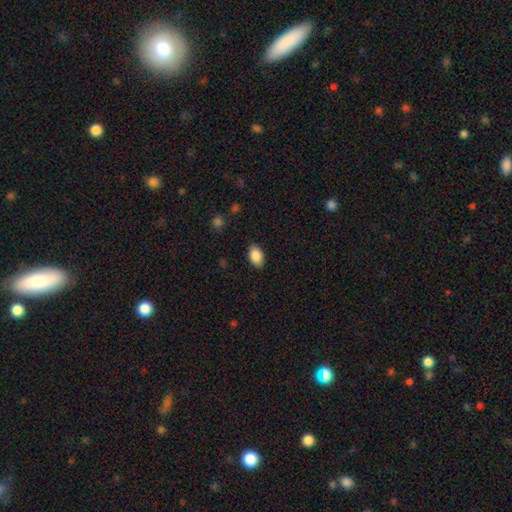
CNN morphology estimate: Overall: smooth (88%). How rounded: in between (90%). Merging: none (86%).